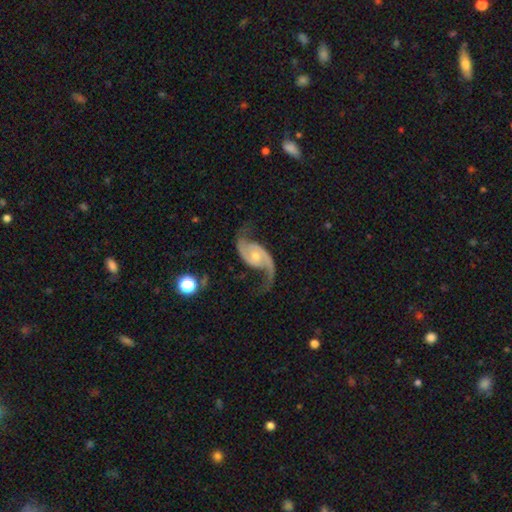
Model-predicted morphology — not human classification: smooth-or-featured: featured or disk: 91% | smooth: 5% | star or artifact: 4%
  disk-edge-on: no: 97% | yes: 3%
    bar: no: 60% | weak: 31% | strong: 9%
    has-spiral-arms: yes: 98% | no: 2%
      spiral-winding: loose: 61% | medium: 32% | tight: 7%
      spiral-arm-count: 2: 93% | 1: 3% | can't tell: 2% | 3: 1% | 4: 1% | more than 4: 1%
    bulge-size: small: 53% | moderate: 39% | none: 4% | large: 3% | dominant: 1%
  merging: none: 68% | minor disturbance: 17% | major disturbance: 13% | merger: 2%